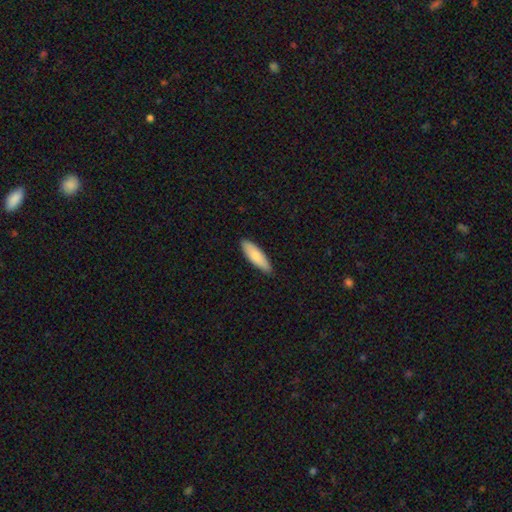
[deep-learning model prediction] smooth-or-featured: smooth: 82% | featured or disk: 13% | star or artifact: 5%
  how-rounded: in between: 50% | cigar-shaped: 49% | round: 2%
  merging: none: 88% | minor disturbance: 10% | major disturbance: 2% | merger: 1%